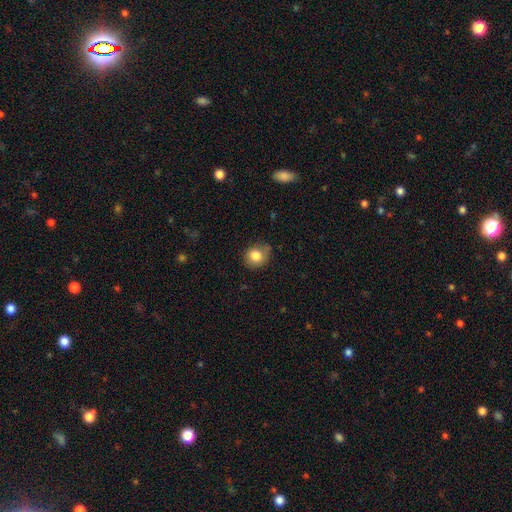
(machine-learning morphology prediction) Smooth or featured? Predicted: smooth (p=0.82). How rounded? Predicted: round (p=0.78). Merging? Predicted: none (p=0.70).